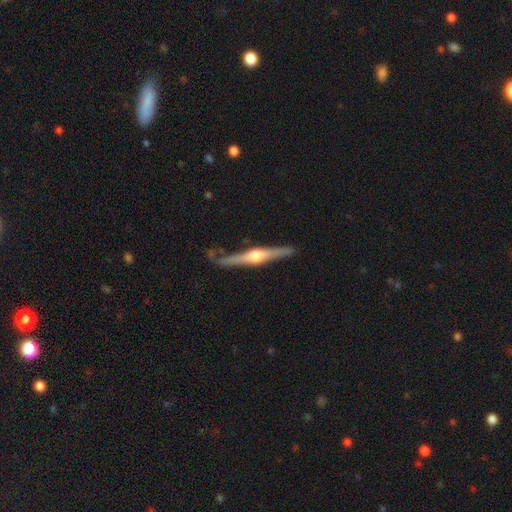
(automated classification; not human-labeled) This appears to be a featured or disk galaxy (80%) viewed edge-on (98%) with a rounded central bulge (94%). Merging: none (82%).